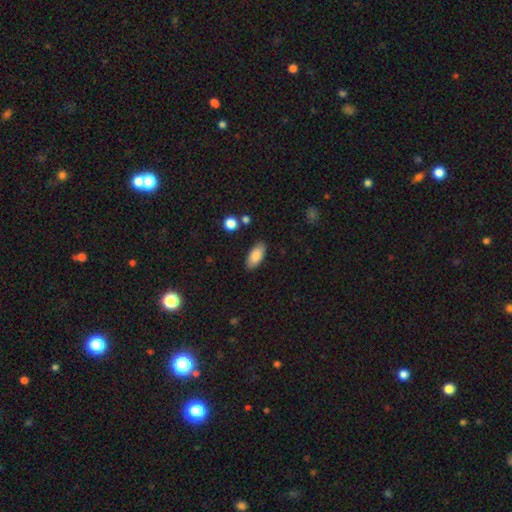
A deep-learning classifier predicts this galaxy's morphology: Smooth or featured: smooth — 85% (featured or disk — 8%)
How rounded: in between — 88% (cigar-shaped — 9%)
Merging: none — 86% (minor disturbance — 10%)